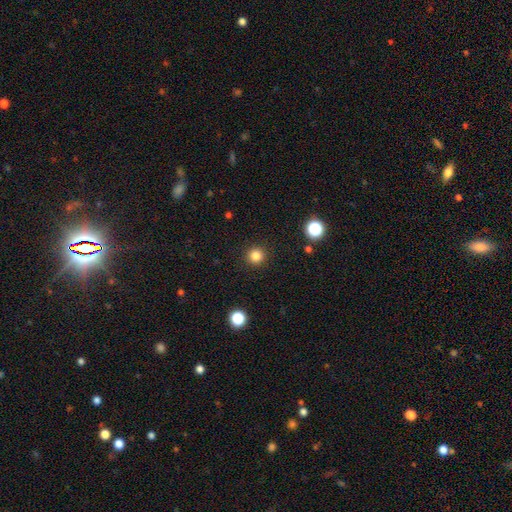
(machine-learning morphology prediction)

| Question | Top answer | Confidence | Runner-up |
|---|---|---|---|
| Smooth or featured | smooth | 83% | star or artifact (13%) |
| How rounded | round | 95% | in between (4%) |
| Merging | none | 92% | minor disturbance (5%) |